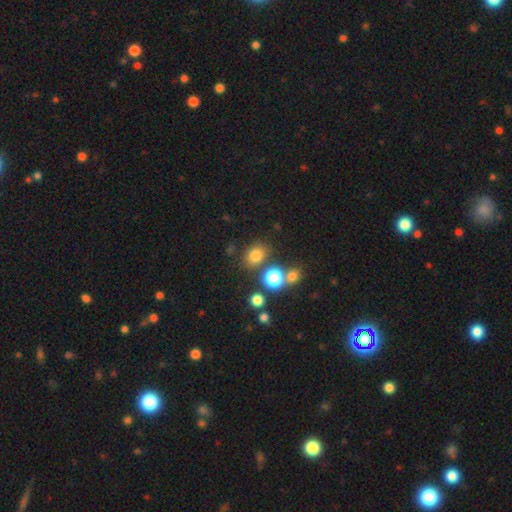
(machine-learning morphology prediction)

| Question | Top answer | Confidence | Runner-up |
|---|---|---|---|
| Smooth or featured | smooth | 76% | star or artifact (17%) |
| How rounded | in between | 50% | round (49%) |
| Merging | none | 74% | minor disturbance (11%) |